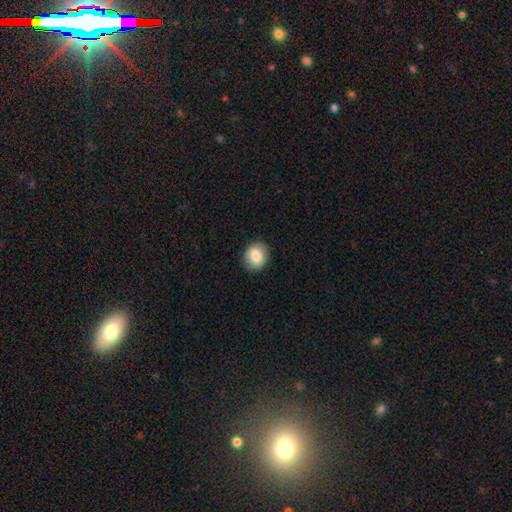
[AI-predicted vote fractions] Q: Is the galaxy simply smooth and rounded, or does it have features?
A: smooth — 85%.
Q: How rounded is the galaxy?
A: round — 65%.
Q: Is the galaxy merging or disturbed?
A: none — 89%.